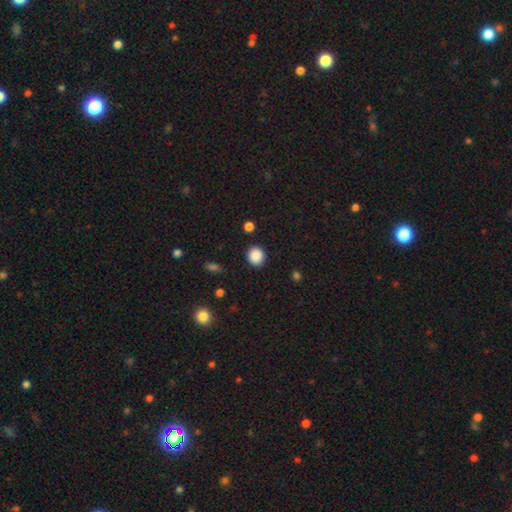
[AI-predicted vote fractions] Smooth or featured? Predicted: smooth (p=0.88). How rounded? Predicted: round (p=0.78). Merging? Predicted: none (p=0.88).